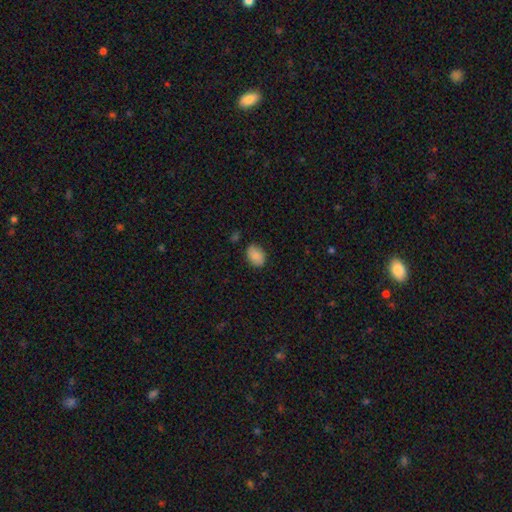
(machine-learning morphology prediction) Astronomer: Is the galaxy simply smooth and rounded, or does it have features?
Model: smooth — 86%.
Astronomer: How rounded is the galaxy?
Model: in between — 74%.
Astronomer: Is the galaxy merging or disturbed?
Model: none — 83%.